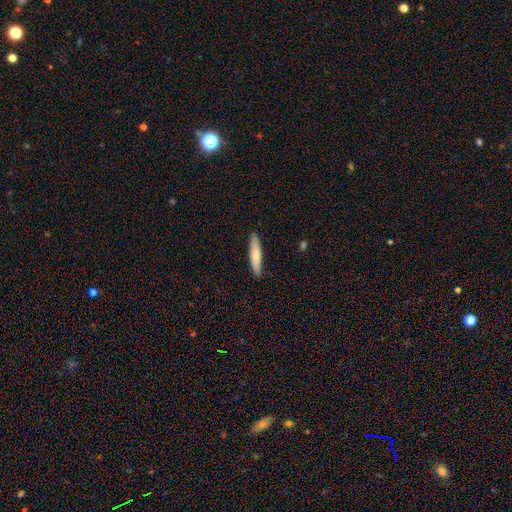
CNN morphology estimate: A smooth galaxy with no disk features (70%) that is cigar-shaped (84%).

Vote fractions:
- Smooth or featured? smooth: 70% / featured or disk: 25% / star or artifact: 5%
- How rounded? cigar-shaped: 84% / in between: 15% / round: 1%
- Merging? none: 89% / minor disturbance: 9% / major disturbance: 2% / merger: 1%